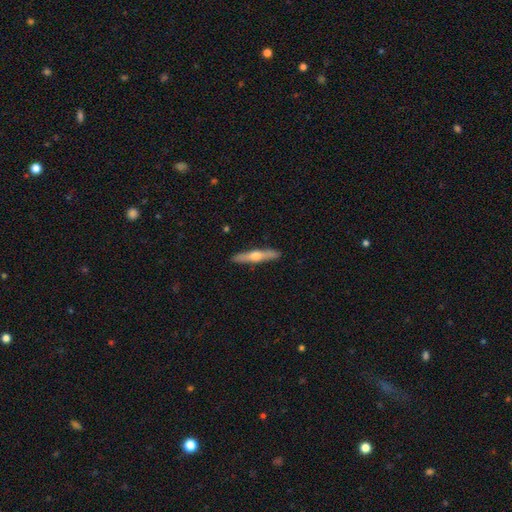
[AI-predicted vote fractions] Q: Smooth or featured?
A: featured or disk (54%); runner-up: smooth (40%)
Q: Edge-on disk?
A: yes (95%); runner-up: no (5%)
Q: Edge-on bulge?
A: rounded (89%); runner-up: none (7%)
Q: Merging?
A: none (90%); runner-up: minor disturbance (7%)